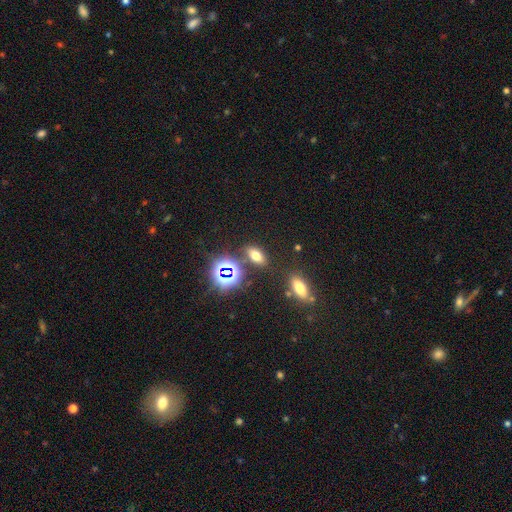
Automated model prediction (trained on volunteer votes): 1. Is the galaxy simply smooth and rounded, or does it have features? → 62% smooth, 27% star or artifact, 11% featured or disk.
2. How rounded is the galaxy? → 79% in between, 13% round, 8% cigar-shaped.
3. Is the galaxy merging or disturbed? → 80% none, 9% minor disturbance, 7% merger, 4% major disturbance.